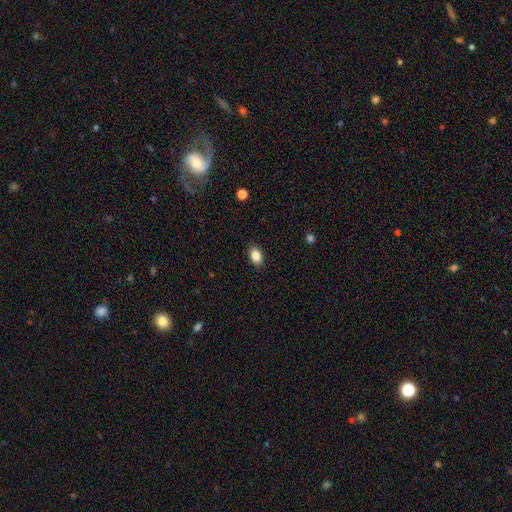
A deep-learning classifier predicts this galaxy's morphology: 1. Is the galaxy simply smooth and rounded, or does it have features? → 87% smooth, 8% star or artifact, 4% featured or disk.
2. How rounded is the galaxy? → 87% in between, 12% round, 2% cigar-shaped.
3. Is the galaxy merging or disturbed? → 88% none, 8% minor disturbance, 2% major disturbance, 1% merger.